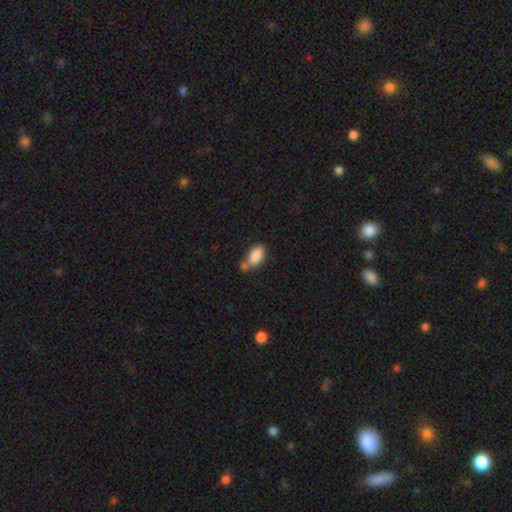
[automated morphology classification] Q: Smooth or featured?
A: smooth (86%); runner-up: star or artifact (8%)
Q: How rounded?
A: in between (92%); runner-up: round (5%)
Q: Merging?
A: none (45%); runner-up: merger (32%)